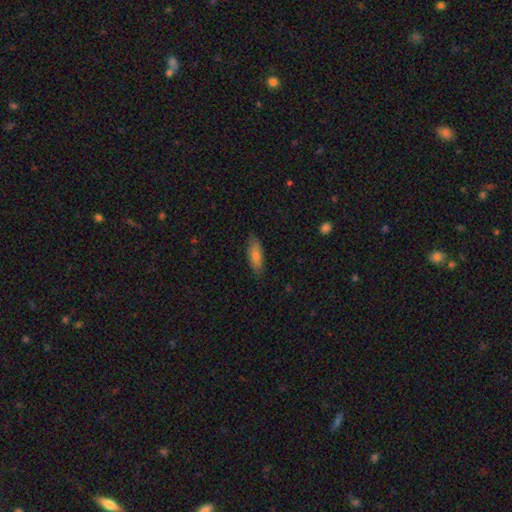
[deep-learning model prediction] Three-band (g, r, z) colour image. It shows a smooth galaxy with no disk features (73%) that is in between round and cigar-shaped (58%). Merging: none (85%).